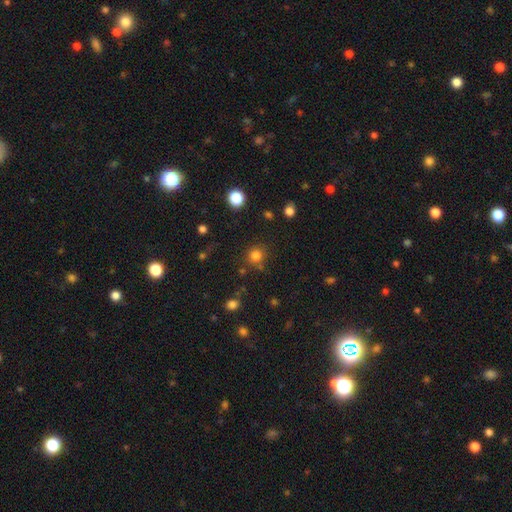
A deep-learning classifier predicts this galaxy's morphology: smooth 80%, star or artifact 15%, featured or disk 5%. Down the decision tree: how rounded — round (90%); merging — none (79%).